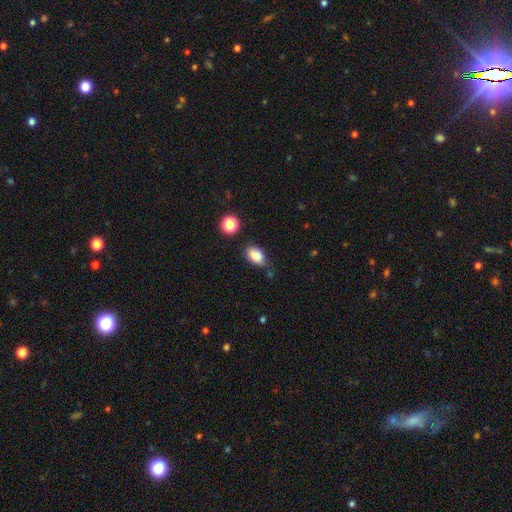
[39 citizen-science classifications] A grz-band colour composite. It shows a smooth galaxy with no disk features (90%) that is in between round and cigar-shaped (91%). Merging: none (79%).